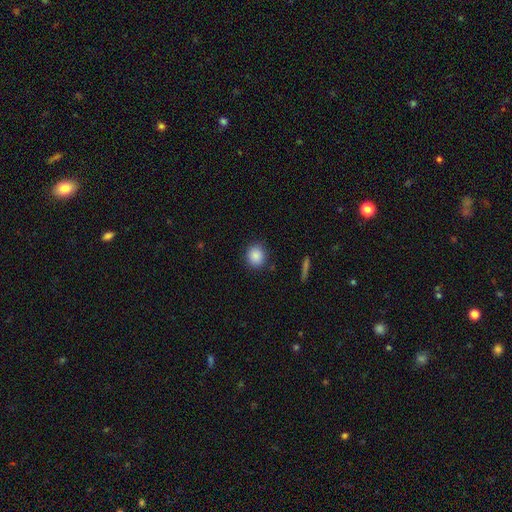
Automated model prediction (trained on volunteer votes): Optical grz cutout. It shows a smooth galaxy with no disk features (87%) that is round (81%). Merging: none (88%).